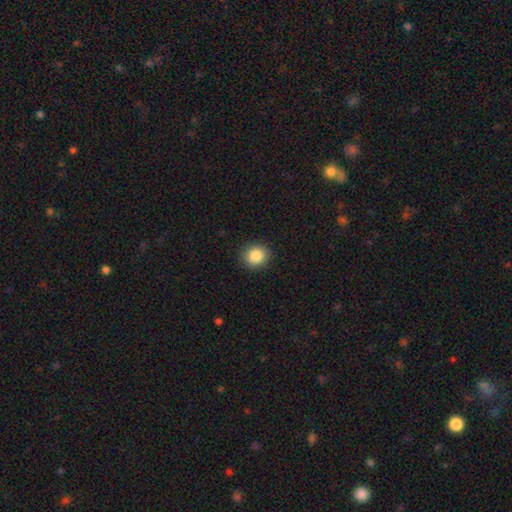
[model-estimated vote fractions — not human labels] smooth 87%, star or artifact 9%, featured or disk 5%. Down the decision tree: how rounded — round (81%); merging — none (90%).